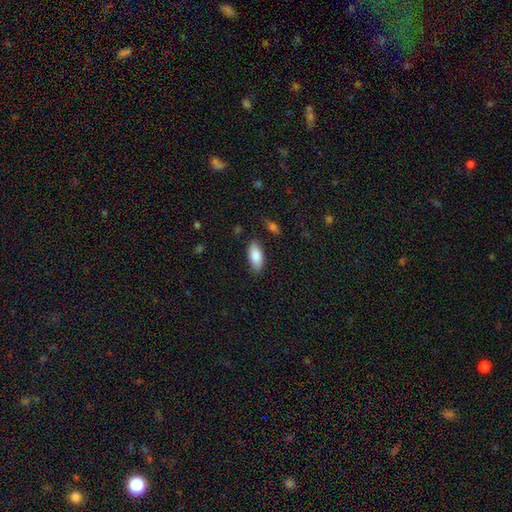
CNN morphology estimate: Smooth or featured?
  - smooth: 85% *
  - featured or disk: 9%
  - star or artifact: 6%
How rounded?
  - in between: 87% *
  - cigar-shaped: 11%
  - round: 2%
Merging?
  - none: 84% *
  - minor disturbance: 12%
  - major disturbance: 3%
  - merger: 2%